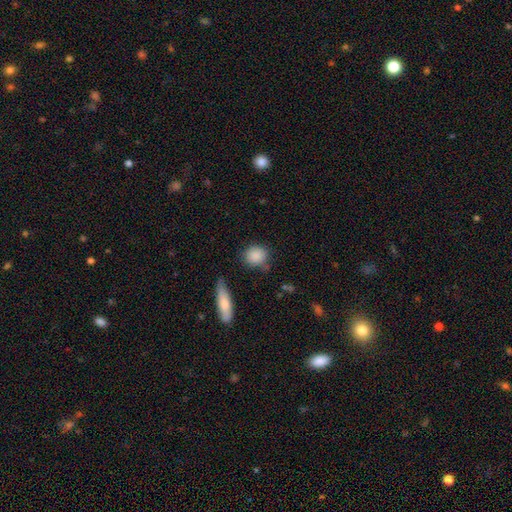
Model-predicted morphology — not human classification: This appears to be a smooth galaxy with no disk features (87%) that is round (76%). Merging: none (75%).